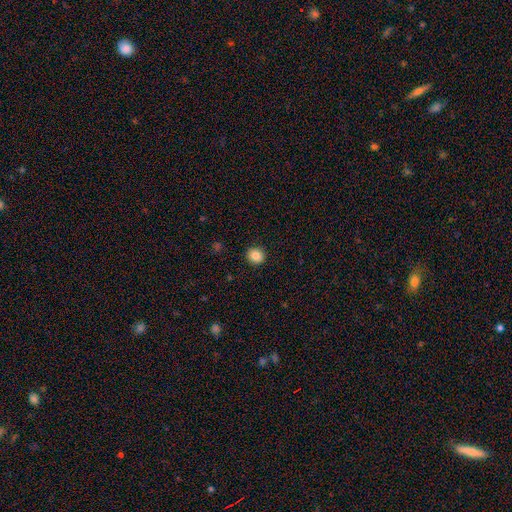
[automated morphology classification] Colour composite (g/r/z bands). It shows a smooth galaxy with no disk features (84%) that is round (87%). Merging: none (92%).